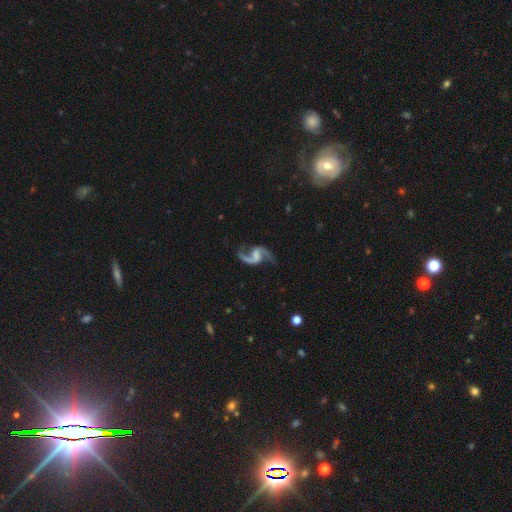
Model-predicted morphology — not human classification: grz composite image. It shows a featured or disk galaxy (91%) with a weak bar (48%), 2 (93%) loose (70%) spiral arms (97%) and no central bulge (58%). Merging: none (75%).